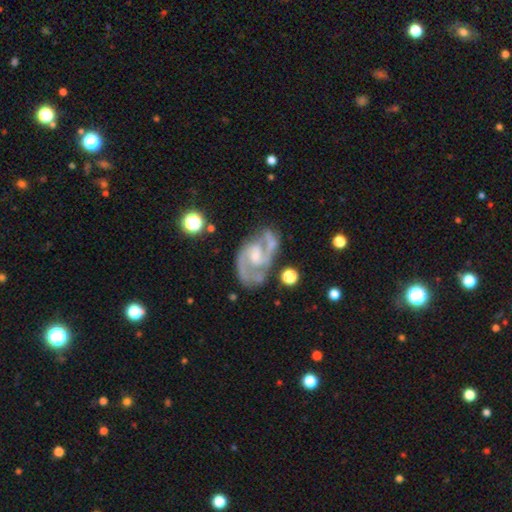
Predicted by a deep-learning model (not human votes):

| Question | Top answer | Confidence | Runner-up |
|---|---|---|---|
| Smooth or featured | featured or disk | 89% | star or artifact (6%) |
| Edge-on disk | no | 98% | yes (2%) |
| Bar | weak | 46% | no (42%) |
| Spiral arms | yes | 96% | no (4%) |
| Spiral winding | medium | 58% | tight (29%) |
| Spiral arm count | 2 | 84% | can't tell (5%) |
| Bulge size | small | 51% | moderate (35%) |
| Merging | none | 65% | minor disturbance (20%) |